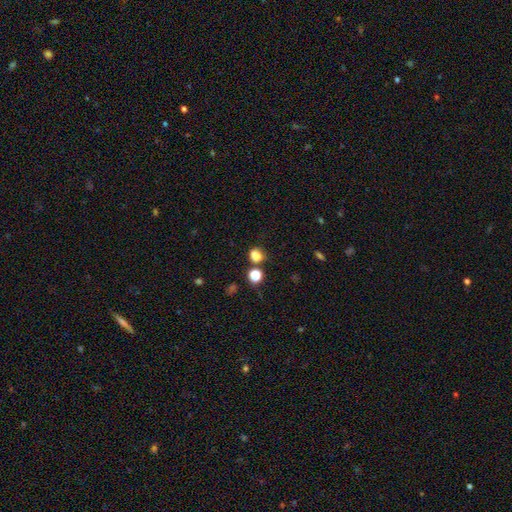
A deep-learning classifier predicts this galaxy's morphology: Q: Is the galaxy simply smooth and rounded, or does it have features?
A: smooth — 77%.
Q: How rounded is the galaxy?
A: round — 64%.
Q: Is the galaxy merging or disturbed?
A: none — 63%.